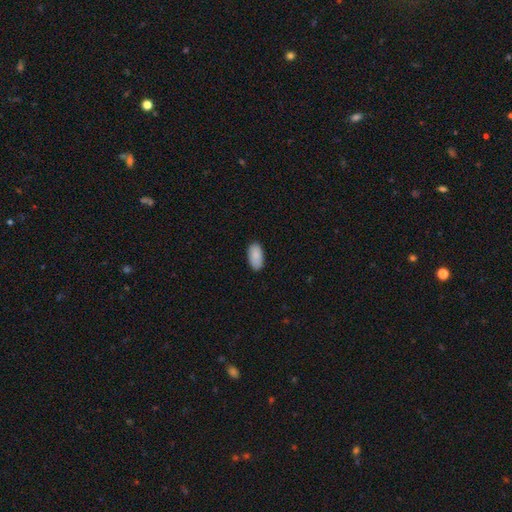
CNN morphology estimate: Smooth or featured: smooth — 88% (star or artifact — 6%)
How rounded: in between — 95% (cigar-shaped — 3%)
Merging: none — 86% (minor disturbance — 11%)